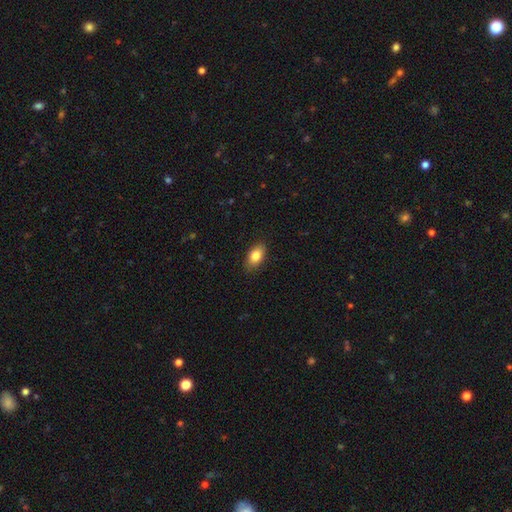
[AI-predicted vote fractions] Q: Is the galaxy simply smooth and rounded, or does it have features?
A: smooth — 84%.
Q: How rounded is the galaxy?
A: in between — 91%.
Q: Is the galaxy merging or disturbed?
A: none — 87%.